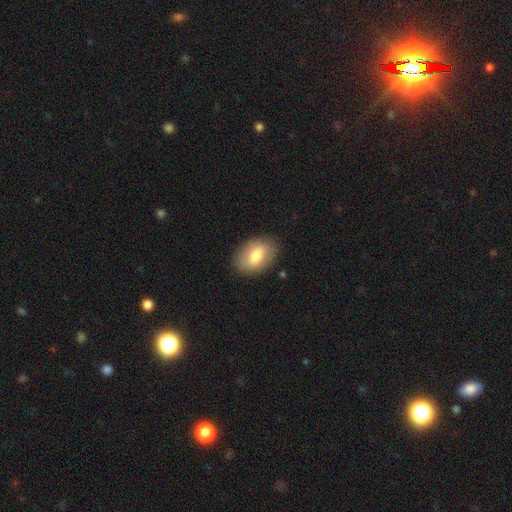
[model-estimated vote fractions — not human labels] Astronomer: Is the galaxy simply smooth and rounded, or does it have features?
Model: smooth — 71%.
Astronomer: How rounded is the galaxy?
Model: in between — 84%.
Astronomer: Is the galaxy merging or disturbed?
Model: none — 86%.